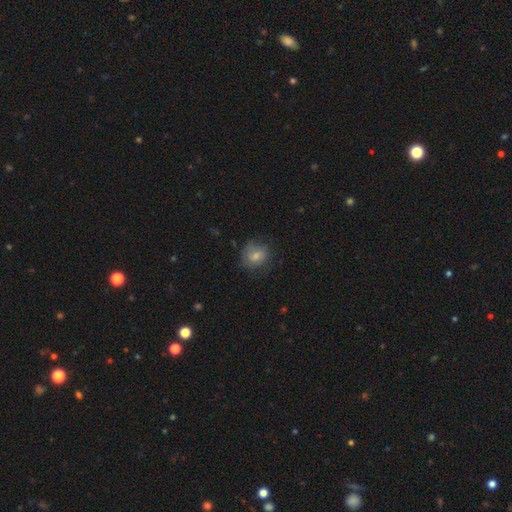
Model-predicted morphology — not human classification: The model was most divided on "how rounded": round: 71%, in between: 28%, cigar-shaped: 1%. More confident: smooth or featured — smooth (69%); merging — none (67%).